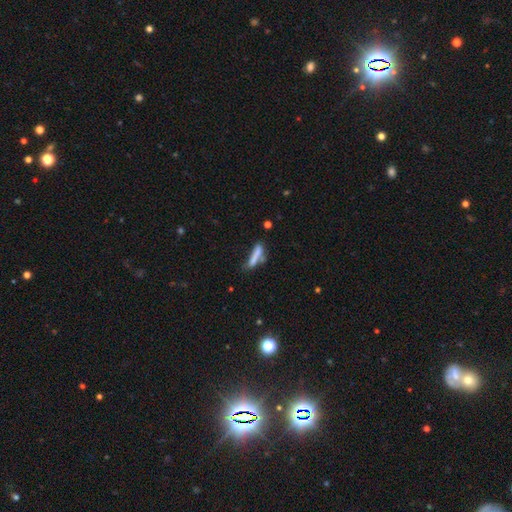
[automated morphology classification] The model was most divided on "merging": none: 45%, merger: 24%, minor disturbance: 19%, major disturbance: 11%. More confident: how rounded — cigar-shaped (82%); smooth or featured — smooth (69%).